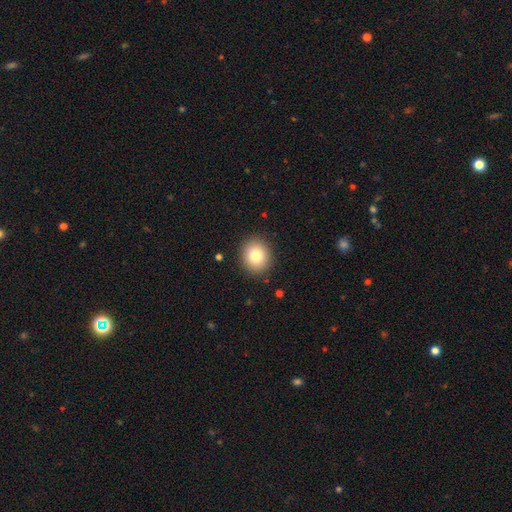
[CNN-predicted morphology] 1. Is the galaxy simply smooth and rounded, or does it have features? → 80% smooth, 10% star or artifact, 10% featured or disk.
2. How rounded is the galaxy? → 80% round, 19% in between, 1% cigar-shaped.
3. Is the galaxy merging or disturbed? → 90% none, 7% minor disturbance, 2% major disturbance, 1% merger.